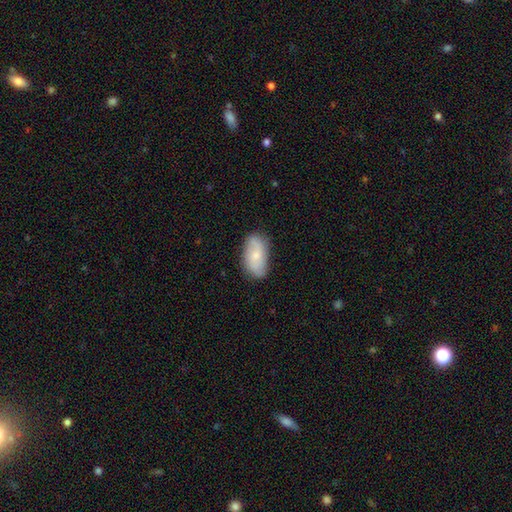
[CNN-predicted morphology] A smooth galaxy with no disk features (54%) that is in between round and cigar-shaped (92%).

Vote fractions:
- Smooth or featured? smooth: 54% / featured or disk: 39% / star or artifact: 7%
- How rounded? in between: 92% / cigar-shaped: 4% / round: 4%
- Merging? none: 76% / minor disturbance: 19% / major disturbance: 4% / merger: 1%